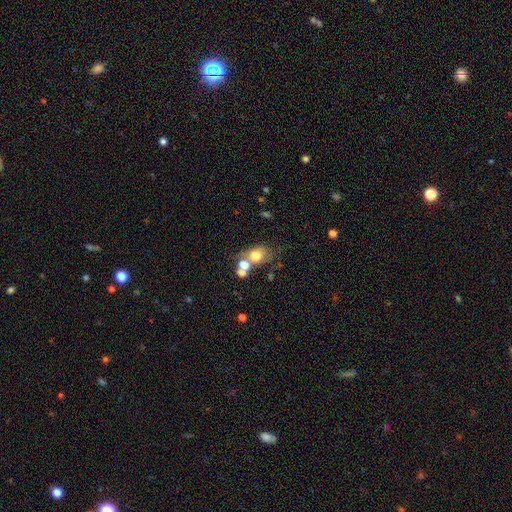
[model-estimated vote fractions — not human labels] Smooth or featured?
  - smooth: 69% *
  - featured or disk: 18%
  - star or artifact: 12%
How rounded?
  - in between: 58% *
  - round: 41%
  - cigar-shaped: 2%
Merging?
  - merger: 42% *
  - none: 38%
  - minor disturbance: 12%
  - major disturbance: 8%